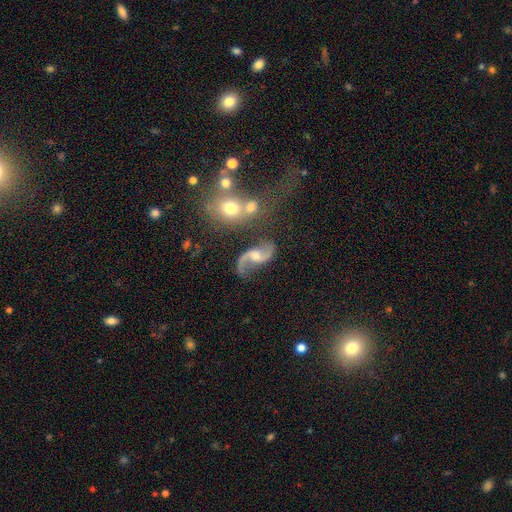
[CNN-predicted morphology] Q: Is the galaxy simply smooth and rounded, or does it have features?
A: featured or disk — 89%.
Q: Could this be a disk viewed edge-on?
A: no — 97%.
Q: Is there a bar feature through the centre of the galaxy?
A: no — 54%.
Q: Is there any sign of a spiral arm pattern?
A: yes — 97%.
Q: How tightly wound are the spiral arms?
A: loose — 78%.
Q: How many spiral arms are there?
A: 2 — 94%.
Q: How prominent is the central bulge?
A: moderate — 55%.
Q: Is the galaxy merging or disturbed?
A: none — 68%.